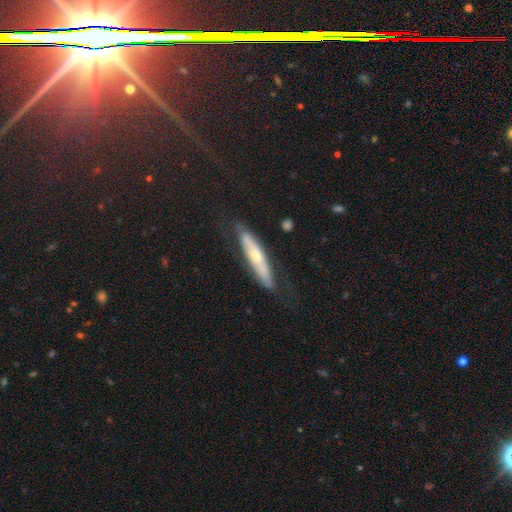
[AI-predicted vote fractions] Overall: featured or disk (55%; smooth 39%). Edge-on disk: yes (64%; no 36%). Merging: none (74%).